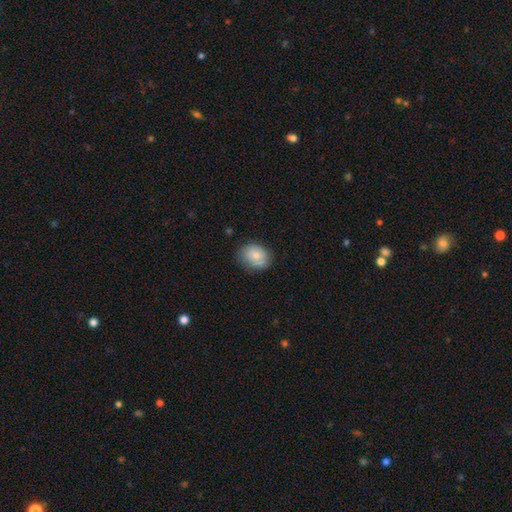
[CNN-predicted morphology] smooth 79%, featured or disk 14%, star or artifact 7%. Down the decision tree: how rounded — in between (56%); merging — none (75%).